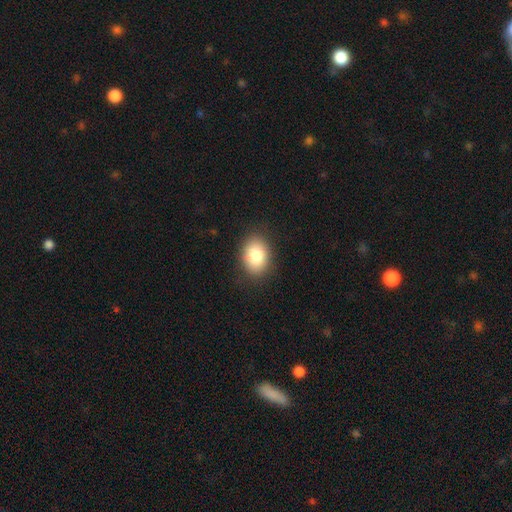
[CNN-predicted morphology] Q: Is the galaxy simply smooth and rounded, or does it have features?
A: smooth — 85%.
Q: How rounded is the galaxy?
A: in between — 69%.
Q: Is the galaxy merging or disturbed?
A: none — 87%.